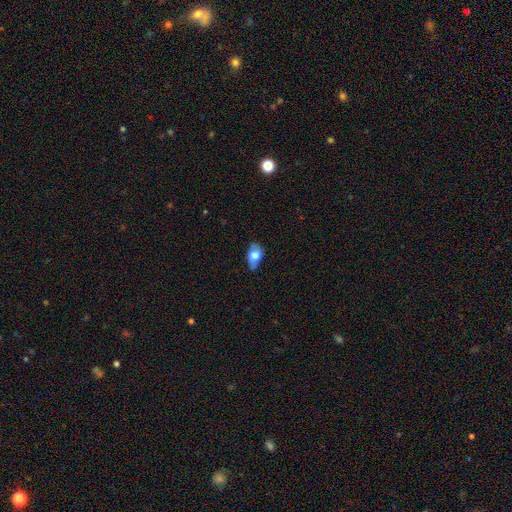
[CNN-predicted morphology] Smooth or featured: smooth — 69% (featured or disk — 24%)
How rounded: in between — 86% (round — 10%)
Merging: none — 61% (minor disturbance — 31%)